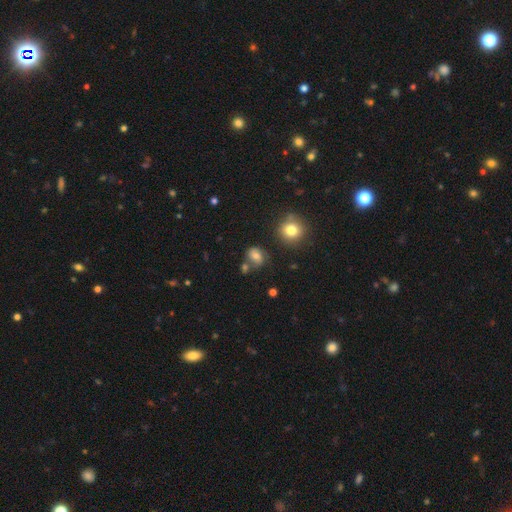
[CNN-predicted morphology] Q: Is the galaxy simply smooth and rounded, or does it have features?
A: smooth — 64%.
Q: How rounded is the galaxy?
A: round — 50%.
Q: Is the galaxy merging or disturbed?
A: none — 58%.